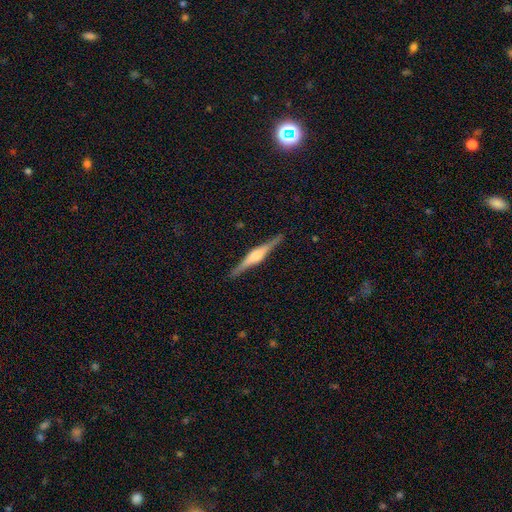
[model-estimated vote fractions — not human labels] smooth-or-featured: featured or disk: 81% | smooth: 14% | star or artifact: 5%
  disk-edge-on: yes: 98% | no: 2%
    edge-on-bulge: rounded: 68% | boxy: 27% | none: 4%
  merging: none: 90% | minor disturbance: 7% | major disturbance: 2% | merger: 1%